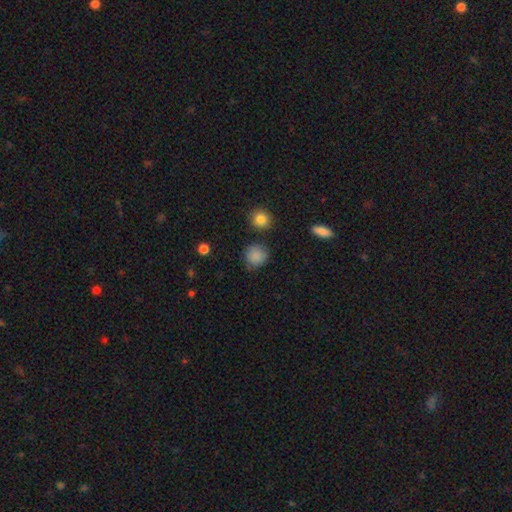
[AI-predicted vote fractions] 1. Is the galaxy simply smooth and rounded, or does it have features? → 86% smooth, 10% star or artifact, 4% featured or disk.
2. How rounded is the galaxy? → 89% round, 10% in between, 1% cigar-shaped.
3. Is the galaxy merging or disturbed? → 80% none, 13% minor disturbance, 4% major disturbance, 3% merger.